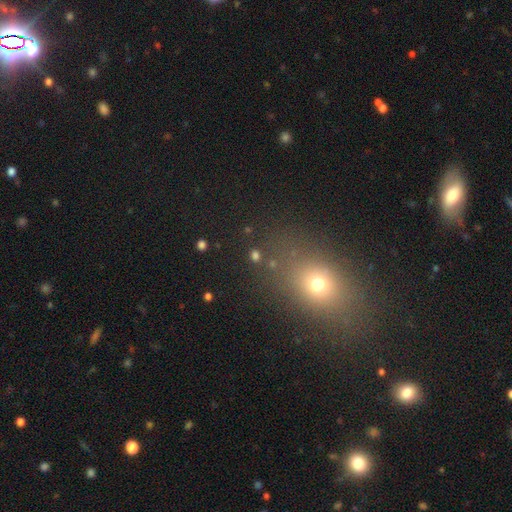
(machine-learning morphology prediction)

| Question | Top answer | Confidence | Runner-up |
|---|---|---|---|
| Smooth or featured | smooth | 59% | star or artifact (31%) |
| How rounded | round | 70% | in between (27%) |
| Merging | none | 76% | minor disturbance (9%) |